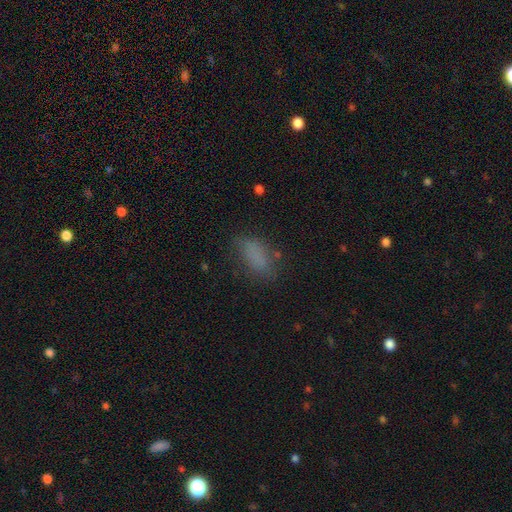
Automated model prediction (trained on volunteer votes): Smooth or featured: smooth — 78% (star or artifact — 13%)
How rounded: in between — 86% (cigar-shaped — 9%)
Merging: none — 69% (minor disturbance — 19%)